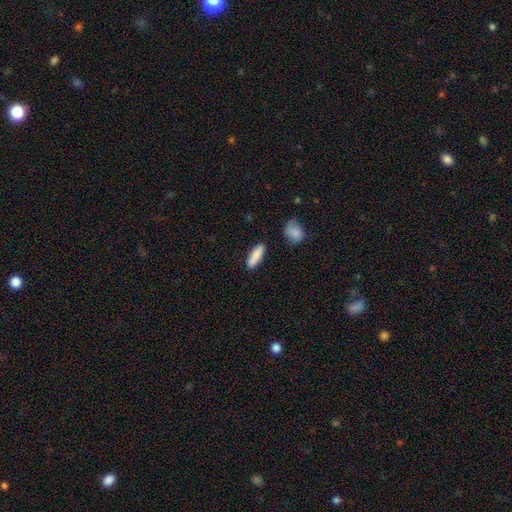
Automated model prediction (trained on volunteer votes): Overall: smooth (86%). How rounded: cigar-shaped (54%; in between 44%). Merging: none (85%).